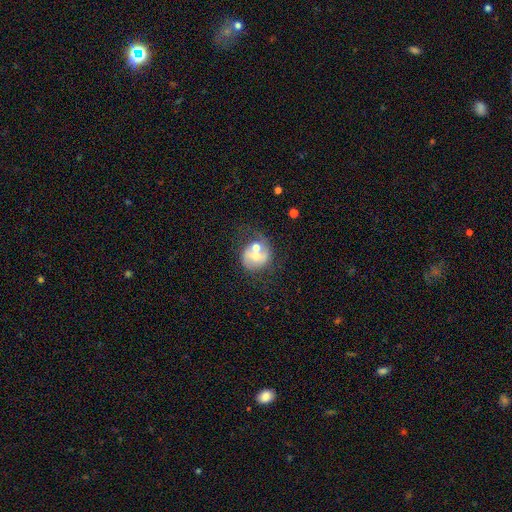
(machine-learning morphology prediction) featured or disk 55%, smooth 36%, star or artifact 9%. Down the decision tree: edge-on disk — no (97%); bar — no (62%); spiral arms — yes (58%); bulge size — moderate (63%); merging — none (38%).